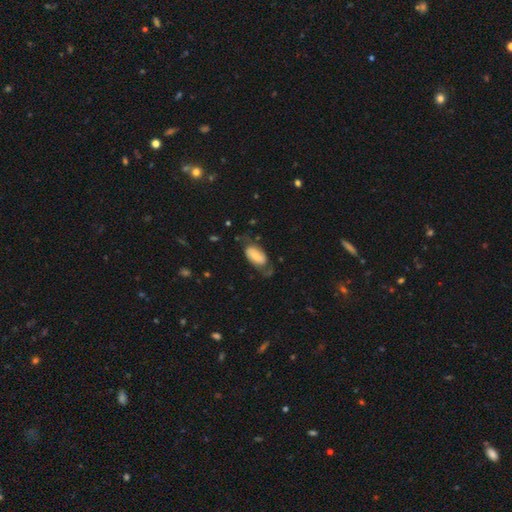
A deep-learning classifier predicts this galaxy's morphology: This is possibly a smooth galaxy (49%). Merging: possibly none (51%).